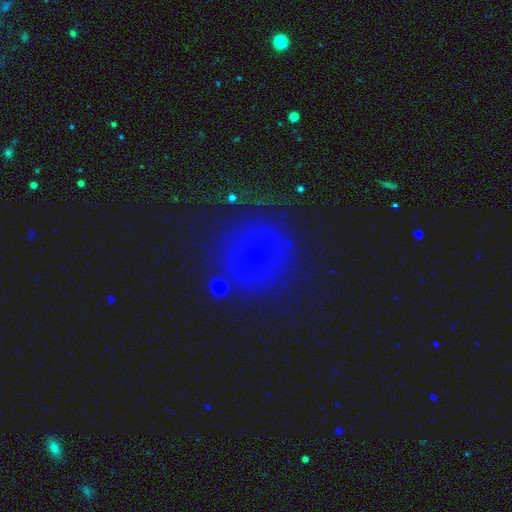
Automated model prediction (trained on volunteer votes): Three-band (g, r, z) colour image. It shows a smooth galaxy with no disk features (49%). Merging: none (77%).